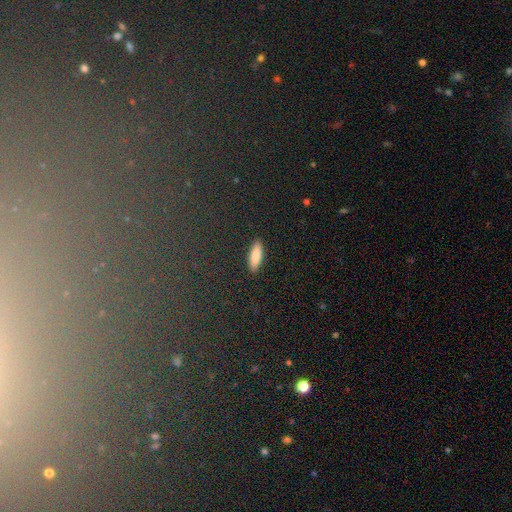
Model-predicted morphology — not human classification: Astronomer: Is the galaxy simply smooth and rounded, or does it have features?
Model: smooth — 87%.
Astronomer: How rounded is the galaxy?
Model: in between — 50% (runner-up: cigar-shaped, 49%).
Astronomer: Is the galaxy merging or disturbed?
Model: none — 89%.